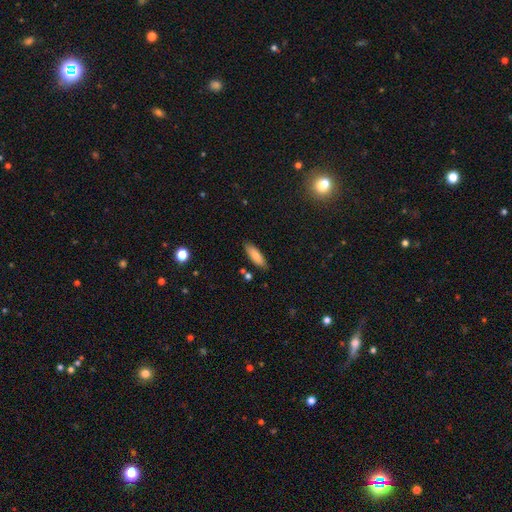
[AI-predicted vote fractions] Smooth or featured? Predicted: smooth (p=0.82). How rounded? Predicted: in between (p=0.56). Merging? Predicted: none (p=0.84).